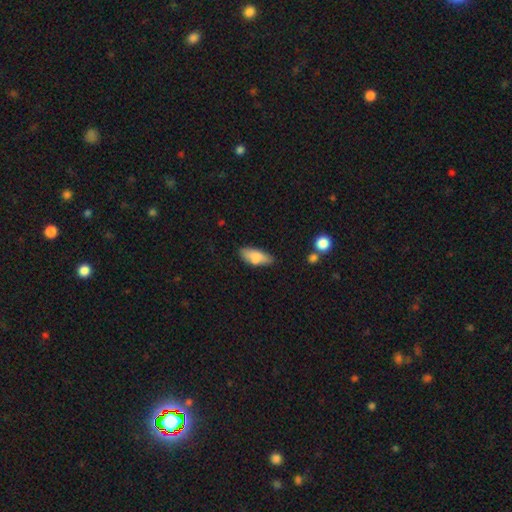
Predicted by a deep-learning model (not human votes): Smooth or featured: smooth — 80% (featured or disk — 12%)
How rounded: in between — 77% (cigar-shaped — 21%)
Merging: none — 64% (minor disturbance — 24%)